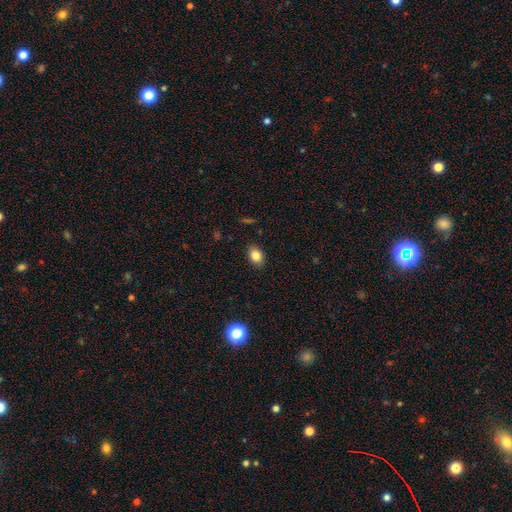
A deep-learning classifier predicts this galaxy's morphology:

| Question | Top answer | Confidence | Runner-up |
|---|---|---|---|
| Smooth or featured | smooth | 84% | star or artifact (10%) |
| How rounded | in between | 71% | round (28%) |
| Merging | none | 88% | minor disturbance (9%) |